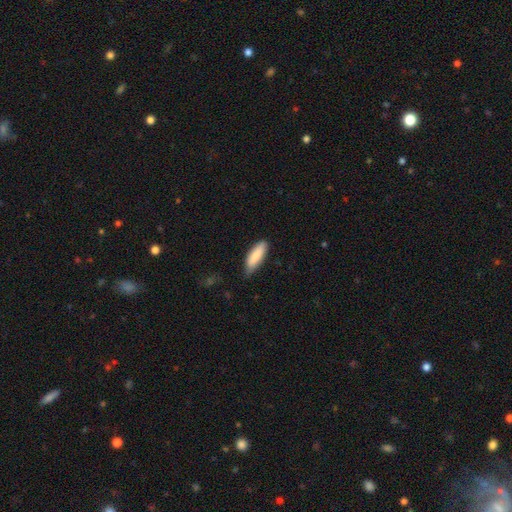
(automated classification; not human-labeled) Smooth or featured?
  - smooth: 85% *
  - featured or disk: 10%
  - star or artifact: 6%
How rounded?
  - in between: 57% *
  - cigar-shaped: 41%
  - round: 2%
Merging?
  - none: 70% *
  - minor disturbance: 25%
  - major disturbance: 3%
  - merger: 1%